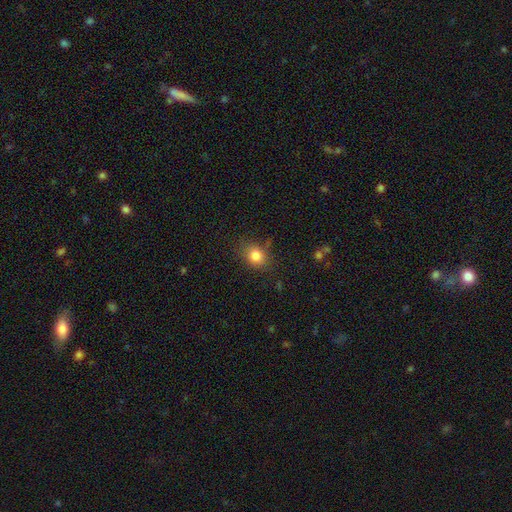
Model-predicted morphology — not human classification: smooth_or_featured: smooth (p=0.83) [alt: star or artifact p=0.11]
how_rounded: round (p=0.53) [alt: in between p=0.46]
merging: none (p=0.76) [alt: minor disturbance p=0.17]